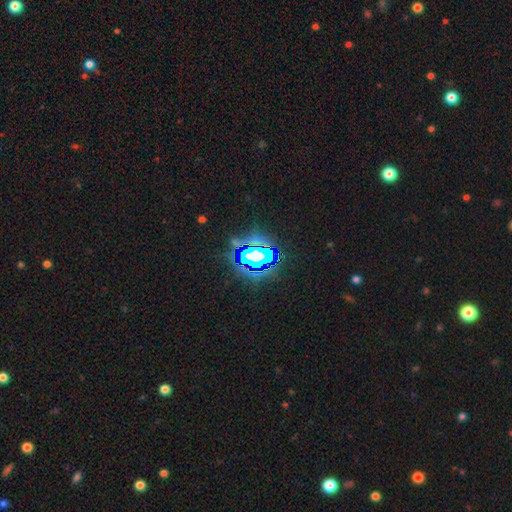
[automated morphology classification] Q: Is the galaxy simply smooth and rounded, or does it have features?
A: star or artifact — 72%.